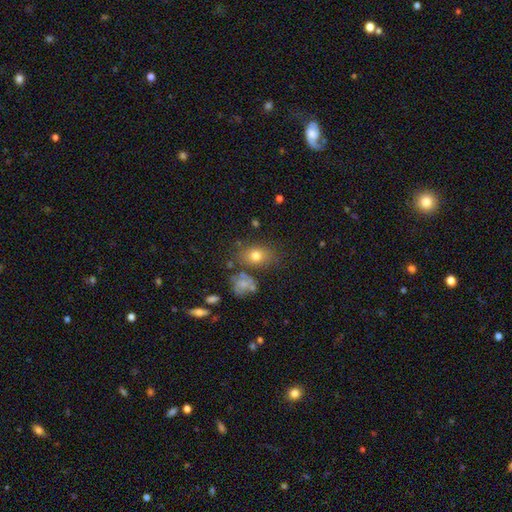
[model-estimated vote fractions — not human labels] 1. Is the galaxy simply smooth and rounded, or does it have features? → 75% smooth, 13% featured or disk, 12% star or artifact.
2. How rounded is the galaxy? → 68% in between, 30% round, 2% cigar-shaped.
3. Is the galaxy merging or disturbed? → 70% none, 16% minor disturbance, 8% merger, 6% major disturbance.